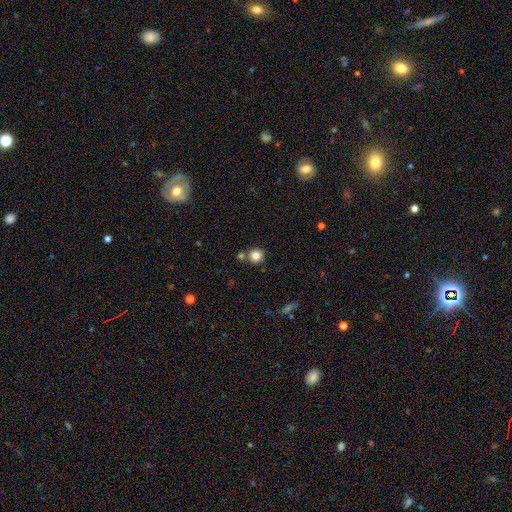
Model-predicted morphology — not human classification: This appears to be a smooth galaxy with no disk features (83%) that is round (92%). Merging: none (75%).